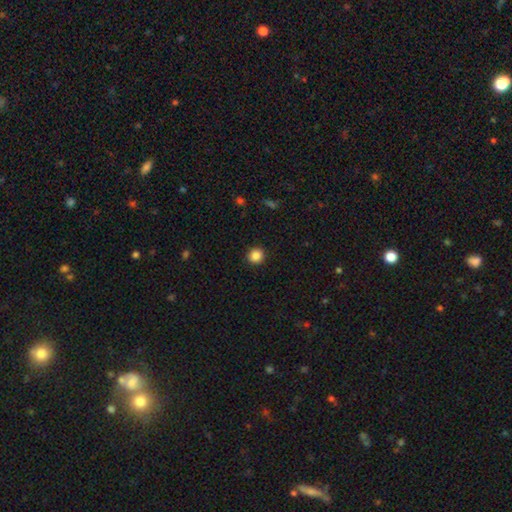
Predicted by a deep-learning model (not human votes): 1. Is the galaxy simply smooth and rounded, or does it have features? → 86% smooth, 10% star or artifact, 3% featured or disk.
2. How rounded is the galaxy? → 93% round, 6% in between, 1% cigar-shaped.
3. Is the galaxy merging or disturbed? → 92% none, 5% minor disturbance, 2% major disturbance, 1% merger.